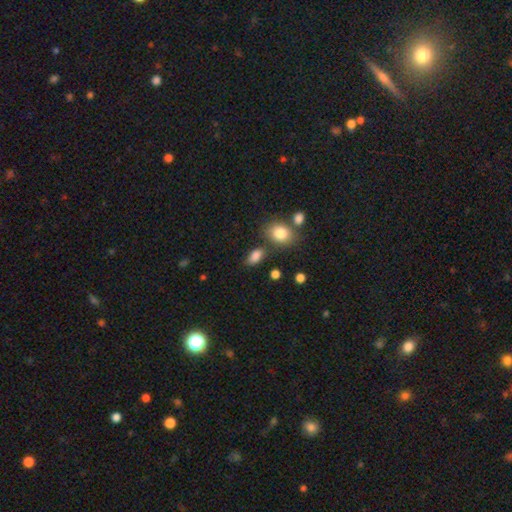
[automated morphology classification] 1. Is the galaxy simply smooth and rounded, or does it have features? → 84% smooth, 10% star or artifact, 6% featured or disk.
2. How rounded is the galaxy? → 86% in between, 11% round, 3% cigar-shaped.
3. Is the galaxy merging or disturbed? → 68% none, 17% minor disturbance, 9% merger, 6% major disturbance.